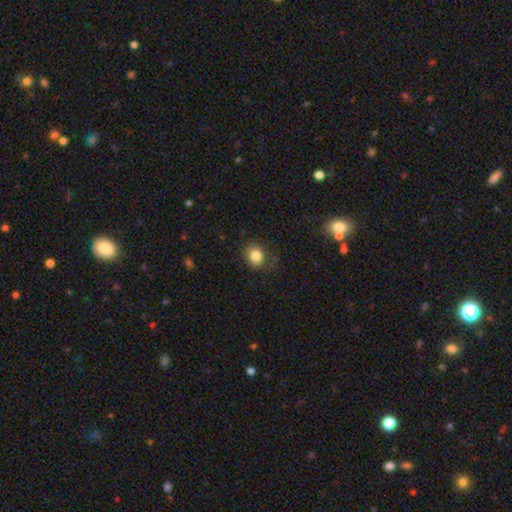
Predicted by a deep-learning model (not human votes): smooth 83%, star or artifact 11%, featured or disk 7%. Down the decision tree: how rounded — round (67%); merging — none (74%).